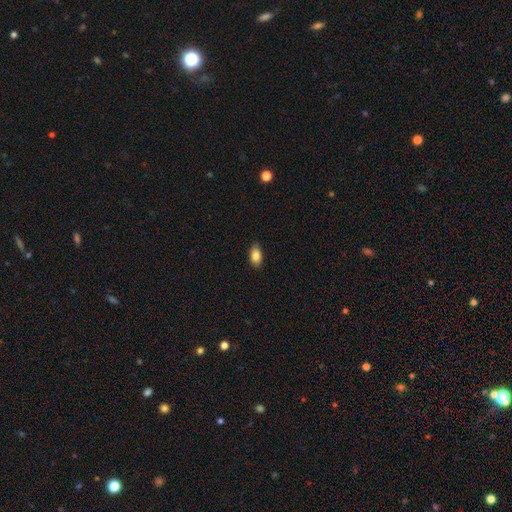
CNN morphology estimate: This appears to be a smooth galaxy with no disk features (86%) that is in between round and cigar-shaped (92%). Merging: none (85%).